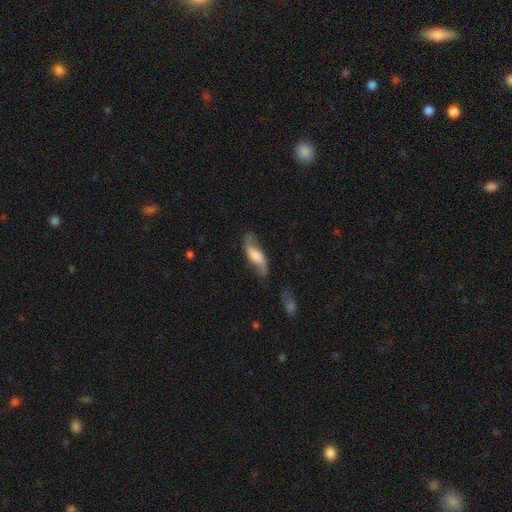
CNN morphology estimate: This appears to be a featured or disk galaxy (60%) with no bar (42%), spiral arms (90%) and no central bulge (29%). Merging: none (62%).